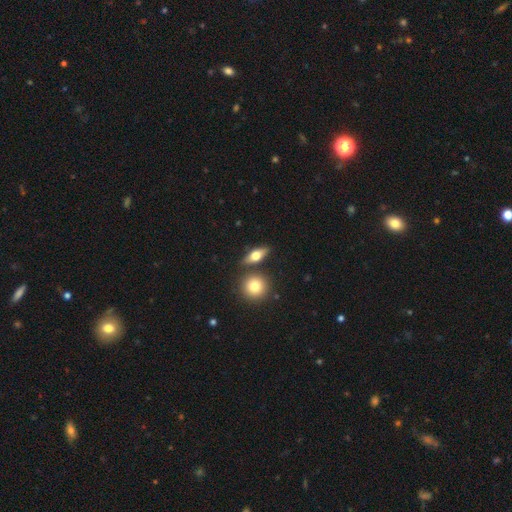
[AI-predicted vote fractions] smooth 54%, featured or disk 38%, star or artifact 8%. Down the decision tree: how rounded — in between (59%); merging — none (78%).